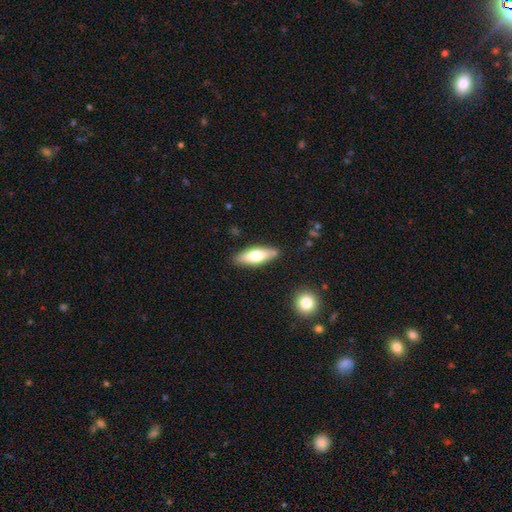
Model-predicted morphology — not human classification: Smooth or featured? Predicted: smooth (p=0.64). How rounded? Predicted: in between (p=0.58). Merging? Predicted: none (p=0.82).